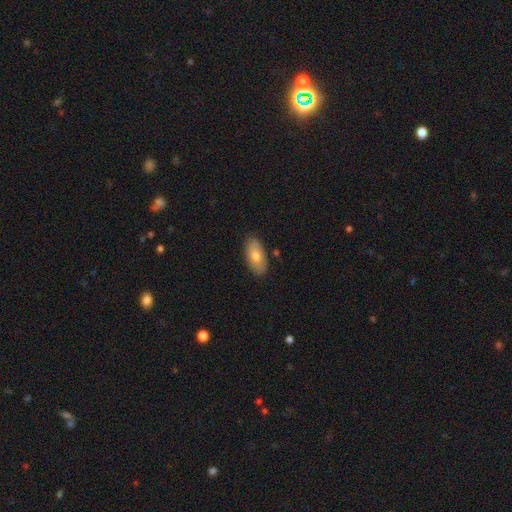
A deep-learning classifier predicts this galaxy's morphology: A smooth galaxy with no disk features (68%) that is in between round and cigar-shaped (93%).

Vote fractions:
- Smooth or featured? smooth: 68% / featured or disk: 25% / star or artifact: 7%
- How rounded? in between: 93% / cigar-shaped: 4% / round: 3%
- Merging? none: 85% / minor disturbance: 11% / major disturbance: 2% / merger: 2%